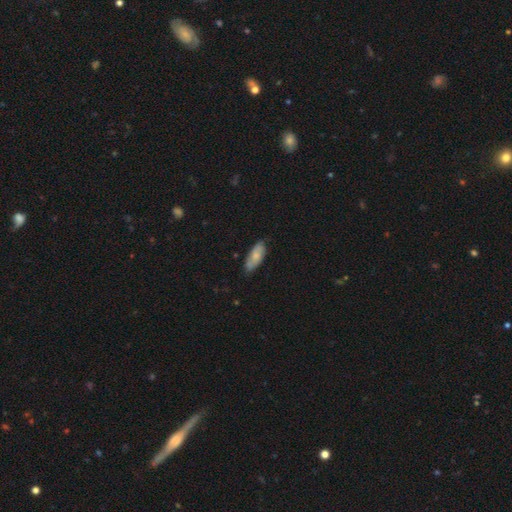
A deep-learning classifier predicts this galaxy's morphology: Smooth or featured?
  - smooth: 69% *
  - featured or disk: 25%
  - star or artifact: 6%
How rounded?
  - in between: 79% *
  - cigar-shaped: 19%
  - round: 2%
Merging?
  - none: 73% *
  - minor disturbance: 22%
  - major disturbance: 3%
  - merger: 2%